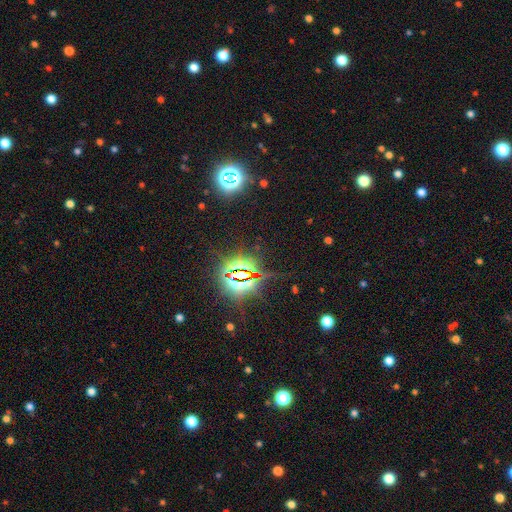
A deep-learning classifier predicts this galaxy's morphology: Smooth or featured? Predicted: star or artifact (p=0.84).